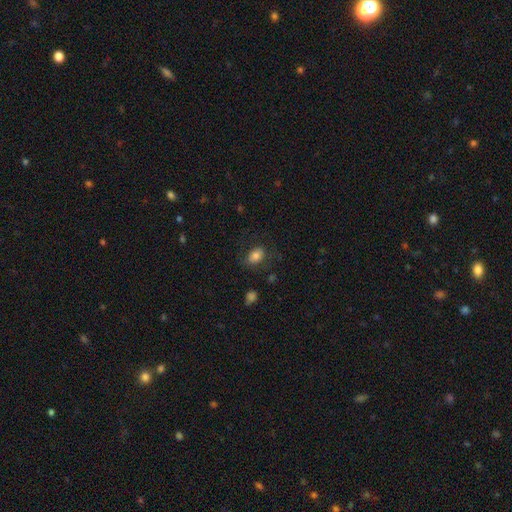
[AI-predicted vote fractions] Q: Smooth or featured?
A: smooth (79%); runner-up: featured or disk (12%)
Q: How rounded?
A: in between (78%); runner-up: round (21%)
Q: Merging?
A: none (72%); runner-up: minor disturbance (18%)